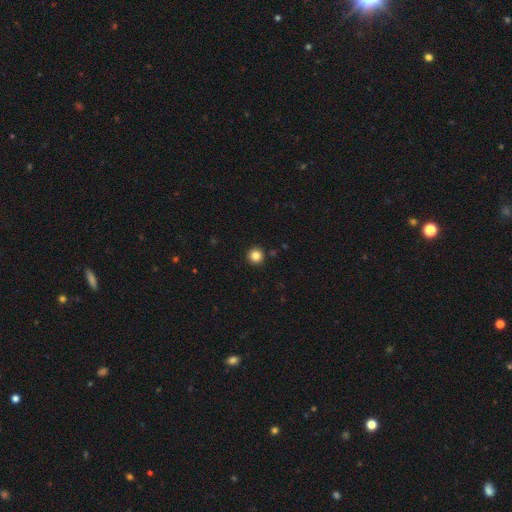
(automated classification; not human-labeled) The model was most divided on "smooth or featured": smooth: 84%, star or artifact: 12%, featured or disk: 5%. More confident: how rounded — round (96%); merging — none (93%).